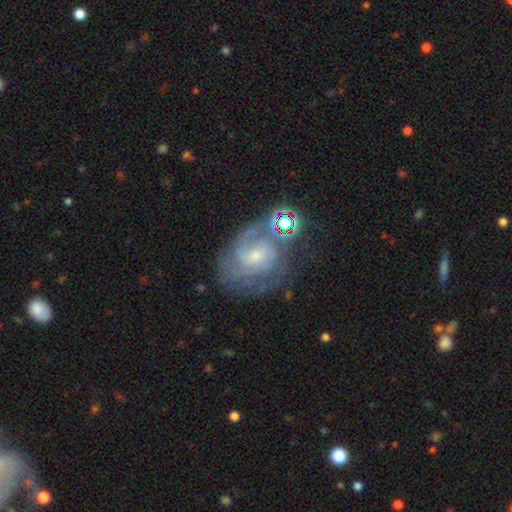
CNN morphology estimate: type=featured or disk (70%); edge-on=no (97%); bar=no (53%); spiral arms=yes (85%); winding=tight (42%); arm count=can't tell (41%); bulge=small (61%); merging=none (50%).